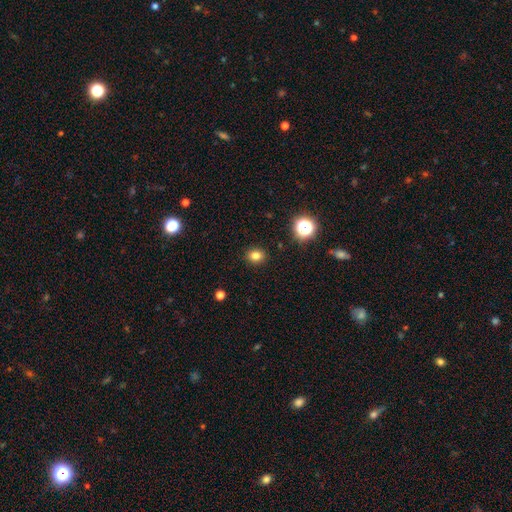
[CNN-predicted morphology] Smooth or featured? smooth (80%)
How rounded? round (63%)
Merging? none (90%)